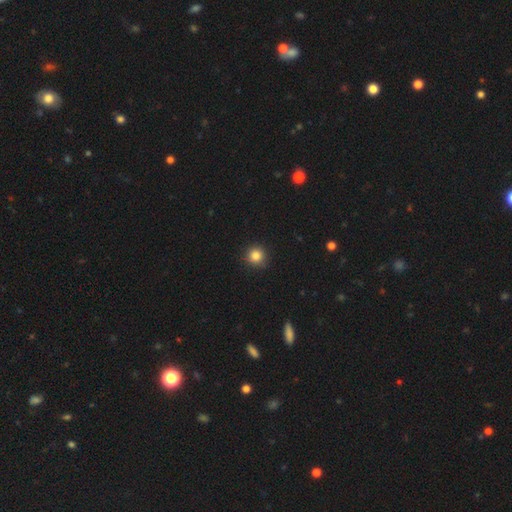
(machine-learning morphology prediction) Smooth or featured? smooth (84%)
How rounded? round (94%)
Merging? none (90%)